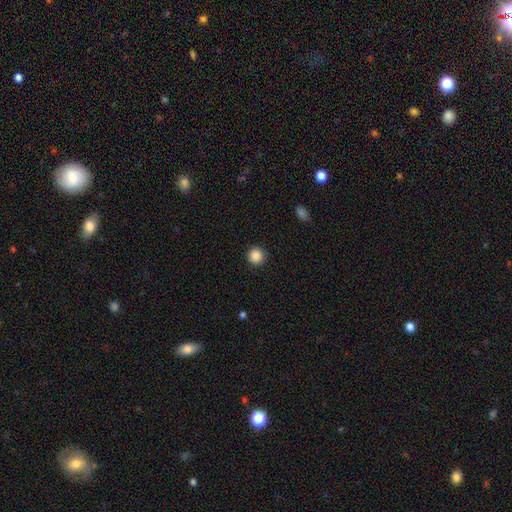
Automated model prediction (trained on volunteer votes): Morphology: type=smooth (87%); roundness=round (95%); merging=none (92%).